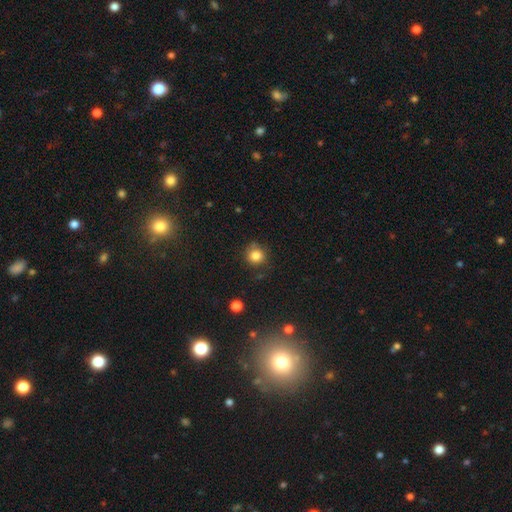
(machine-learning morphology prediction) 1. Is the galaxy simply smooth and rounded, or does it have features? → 84% smooth, 11% star or artifact, 5% featured or disk.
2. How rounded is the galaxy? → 88% round, 11% in between, 1% cigar-shaped.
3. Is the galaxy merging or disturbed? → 75% none, 17% minor disturbance, 5% major disturbance, 3% merger.